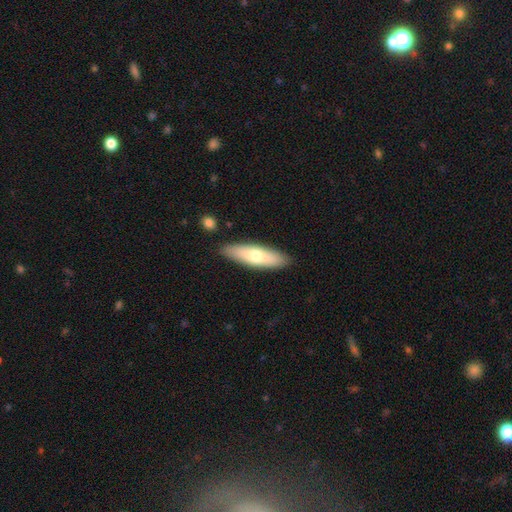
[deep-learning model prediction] Morphology: type=smooth (65%); roundness=cigar-shaped (59%); merging=none (88%).